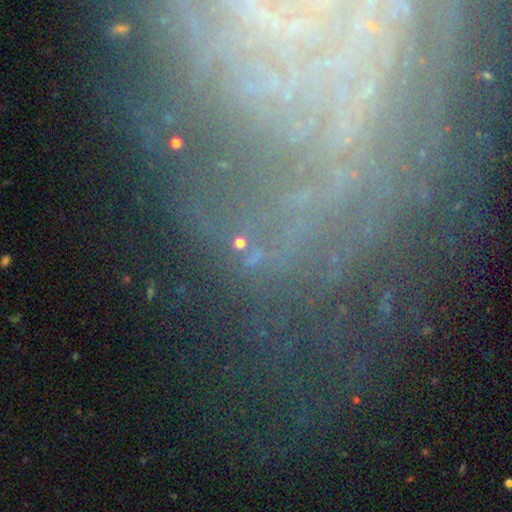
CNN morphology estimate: This appears to be a star or artifact, not a galaxy (65%).